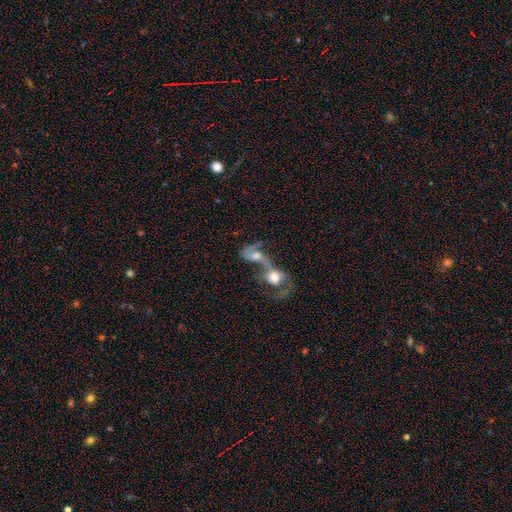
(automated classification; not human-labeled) A featured or disk galaxy (54%) with no bar (69%), spiral arms (70%) and a moderate central bulge (52%). Merging: merger (83%).